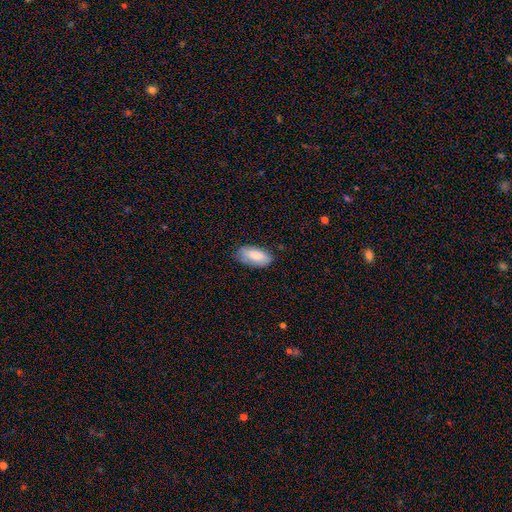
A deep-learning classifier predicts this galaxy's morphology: smooth_or_featured: smooth (p=0.82) [alt: featured or disk p=0.12]
how_rounded: in between (p=0.90) [alt: cigar-shaped p=0.08]
merging: none (p=0.71) [alt: minor disturbance p=0.23]